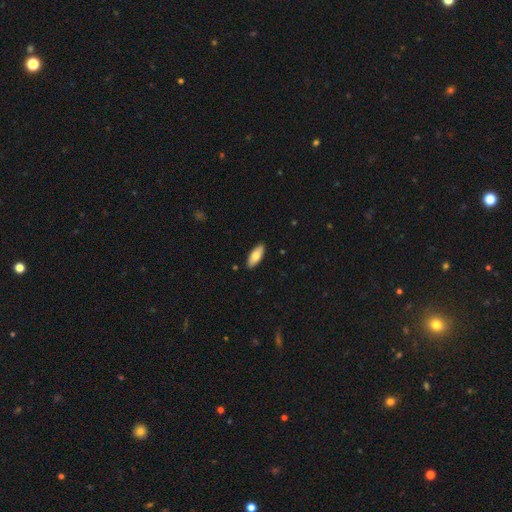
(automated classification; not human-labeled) smooth-or-featured: smooth: 77% | featured or disk: 17% | star or artifact: 6%
  how-rounded: in between: 80% | cigar-shaped: 18% | round: 2%
  merging: none: 89% | minor disturbance: 8% | major disturbance: 2% | merger: 1%